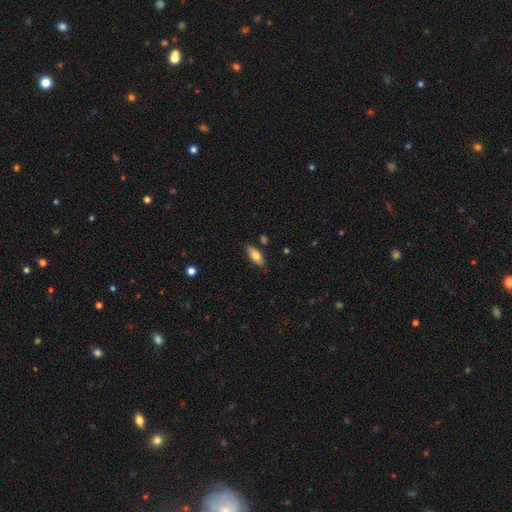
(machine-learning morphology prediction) smooth 71%, featured or disk 22%, star or artifact 7%. Down the decision tree: how rounded — in between (79%); merging — none (80%).